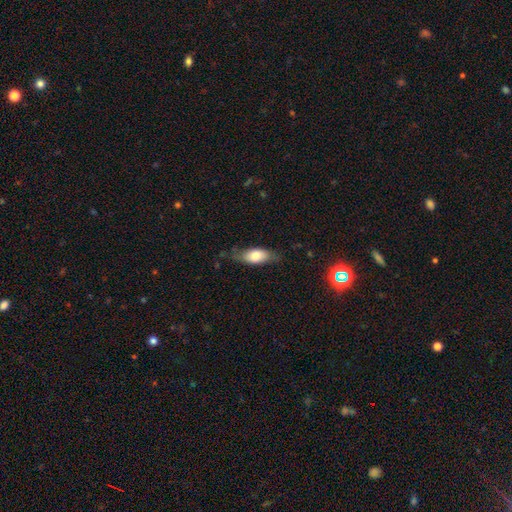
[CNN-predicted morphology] smooth-or-featured: smooth: 72% | featured or disk: 22% | star or artifact: 6%
  how-rounded: in between: 81% | cigar-shaped: 16% | round: 3%
  merging: none: 63% | minor disturbance: 26% | major disturbance: 9% | merger: 2%